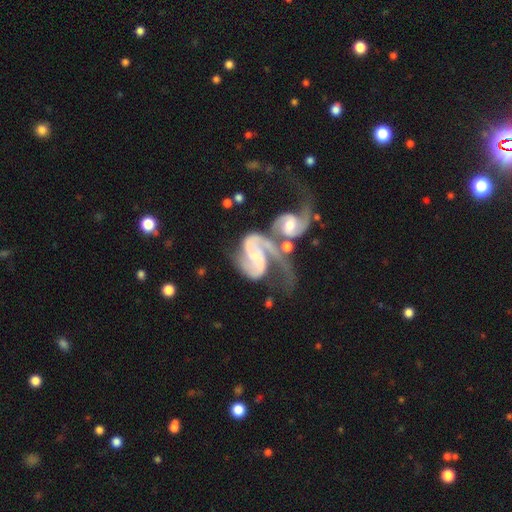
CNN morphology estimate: Smooth or featured? featured or disk (90%)
Edge-on disk? no (98%)
Bar? no (47%)
Spiral arms? yes (98%)
Spiral winding? medium (53%)
Spiral arm count? 2 (87%)
Bulge size? small (55%)
Merging? merger (60%)